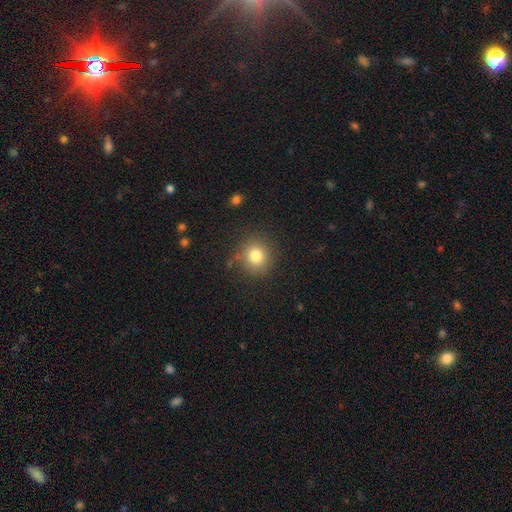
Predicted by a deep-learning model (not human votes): The model was most divided on "smooth or featured": smooth: 80%, star or artifact: 12%, featured or disk: 8%. More confident: how rounded — round (87%); merging — none (81%).